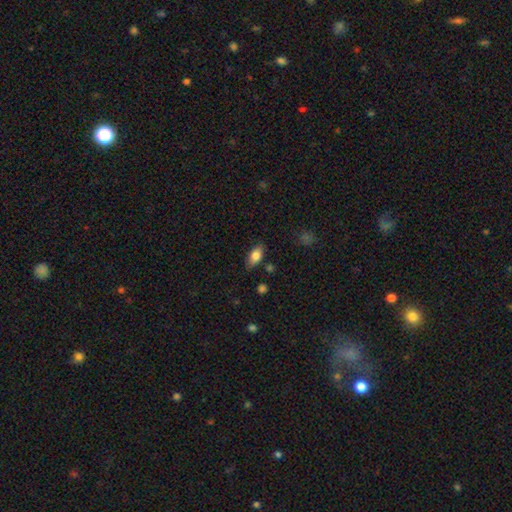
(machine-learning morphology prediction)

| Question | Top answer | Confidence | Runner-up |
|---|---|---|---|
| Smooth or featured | smooth | 82% | featured or disk (11%) |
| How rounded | in between | 89% | cigar-shaped (6%) |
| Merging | none | 80% | minor disturbance (15%) |